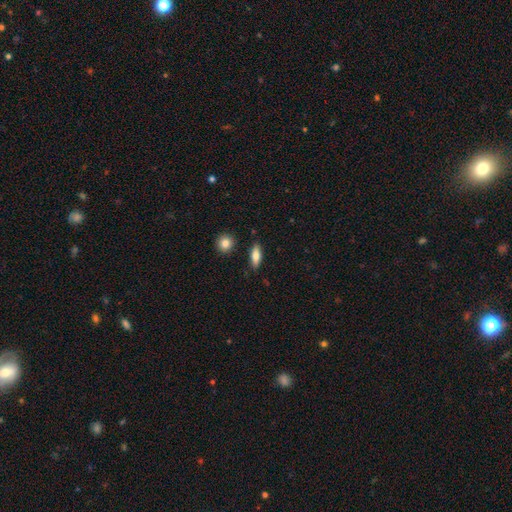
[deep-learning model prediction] Morphology: type=smooth (75%); roundness=in between (65%); merging=none (85%).